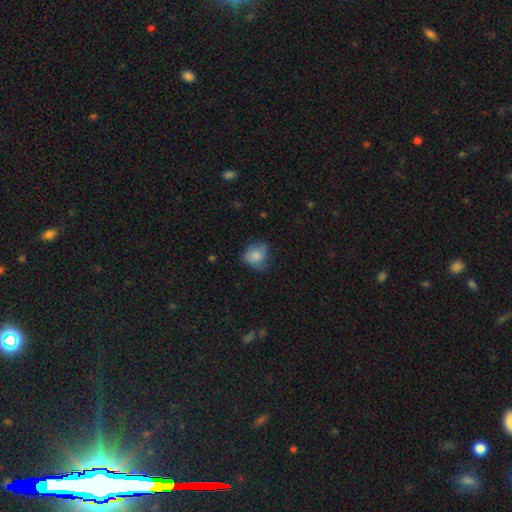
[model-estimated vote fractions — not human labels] A smooth galaxy with no disk features (76%) that is round (66%). Merging: none (54%).